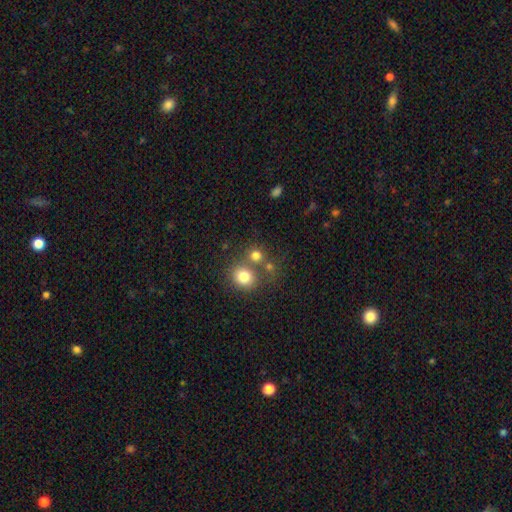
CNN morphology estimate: A smooth galaxy with no disk features (77%) that is round (82%). Merging: none (57%).